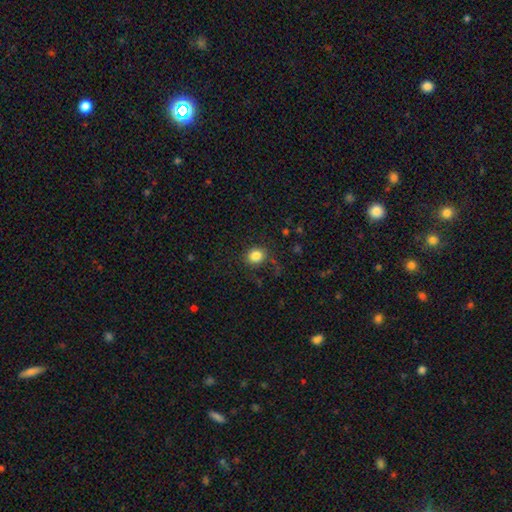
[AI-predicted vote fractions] Overall: smooth (84%). How rounded: round (69%; in between 30%). Merging: none (85%).